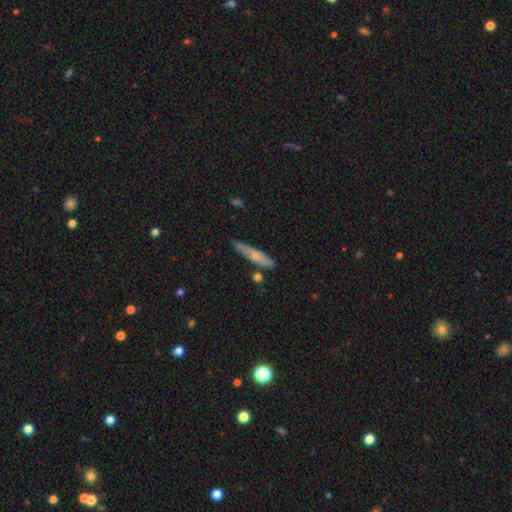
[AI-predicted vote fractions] This appears to be a smooth galaxy with no disk features (60%) that is cigar-shaped (84%). Merging: none (71%).